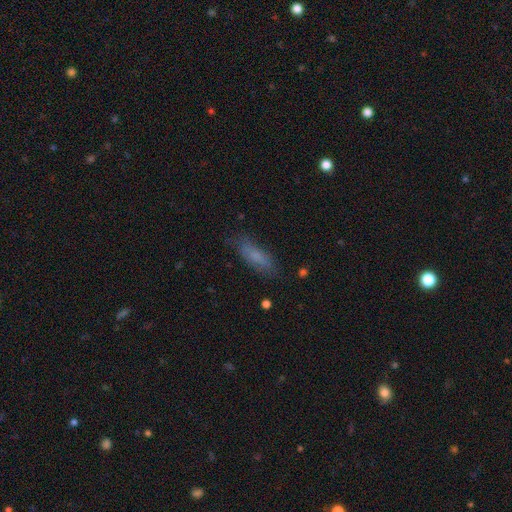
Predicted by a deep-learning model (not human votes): The model was most divided on "how rounded" (2-way tie): in between: 49%, cigar-shaped: 49%, round: 2%. More confident: merging — none (76%); smooth or featured — smooth (73%).